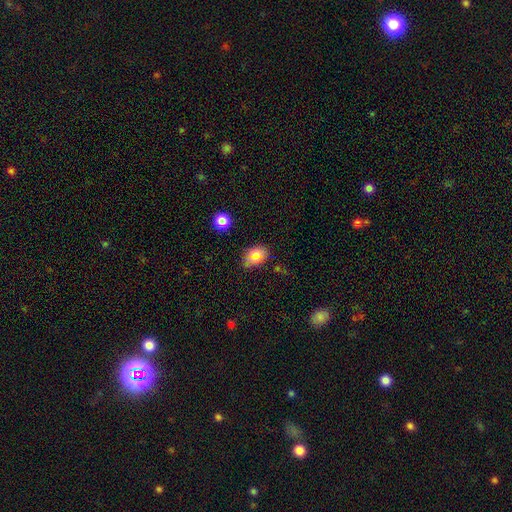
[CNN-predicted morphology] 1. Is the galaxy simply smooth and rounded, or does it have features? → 68% smooth, 22% star or artifact, 10% featured or disk.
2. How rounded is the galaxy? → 75% in between, 23% round, 2% cigar-shaped.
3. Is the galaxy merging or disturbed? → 83% none, 12% minor disturbance, 3% major disturbance, 2% merger.